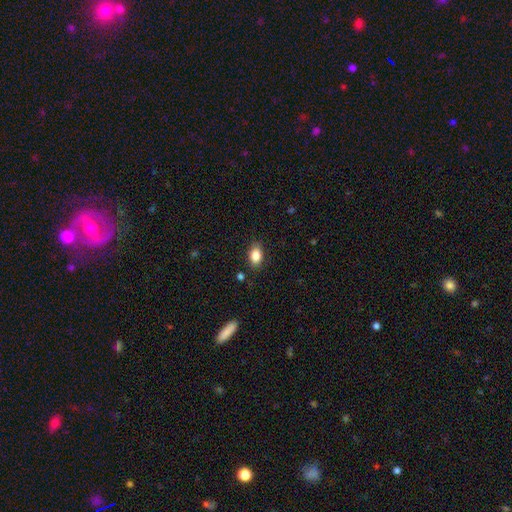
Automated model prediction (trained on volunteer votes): Smooth or featured?
  - smooth: 85% *
  - star or artifact: 9%
  - featured or disk: 6%
How rounded?
  - in between: 82% *
  - round: 16%
  - cigar-shaped: 2%
Merging?
  - none: 84% *
  - minor disturbance: 12%
  - major disturbance: 3%
  - merger: 2%